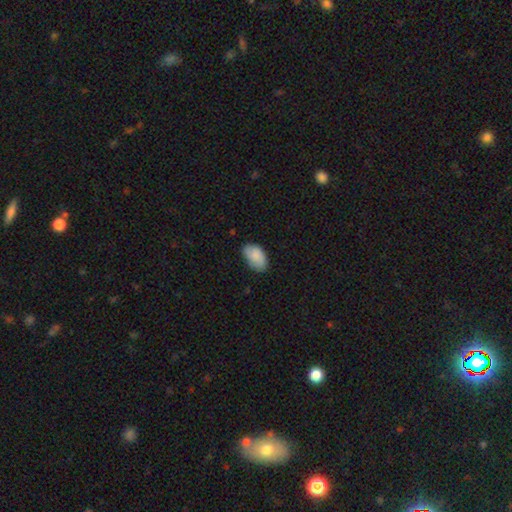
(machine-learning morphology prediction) Smooth or featured?
  - smooth: 85% *
  - featured or disk: 9%
  - star or artifact: 6%
How rounded?
  - in between: 92% *
  - round: 6%
  - cigar-shaped: 1%
Merging?
  - none: 68% *
  - minor disturbance: 26%
  - major disturbance: 4%
  - merger: 1%